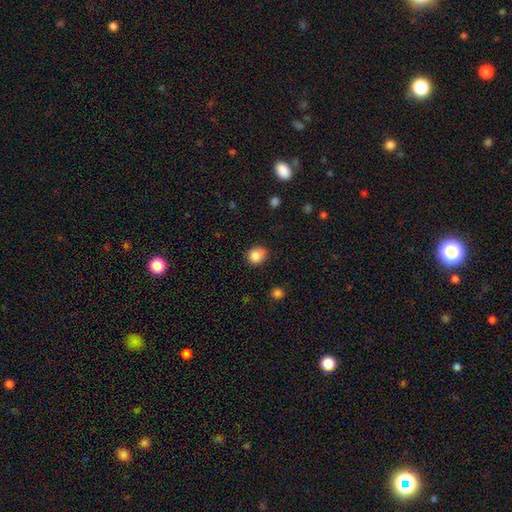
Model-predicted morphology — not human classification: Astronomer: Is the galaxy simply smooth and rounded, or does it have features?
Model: smooth — 85%.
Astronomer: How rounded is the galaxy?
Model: round — 79%.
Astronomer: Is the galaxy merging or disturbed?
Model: none — 81%.